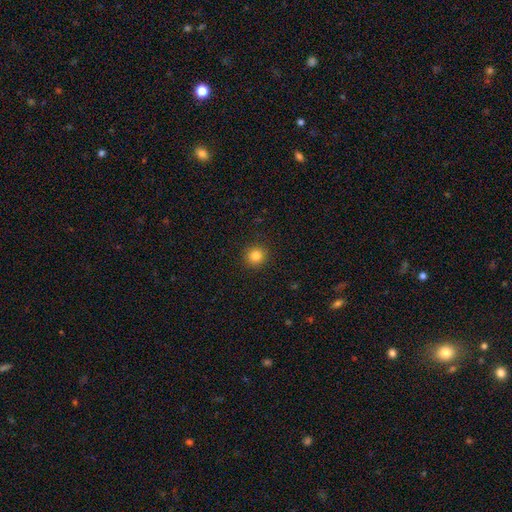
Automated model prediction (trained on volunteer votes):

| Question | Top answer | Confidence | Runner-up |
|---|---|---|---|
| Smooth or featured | smooth | 83% | star or artifact (12%) |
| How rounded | round | 93% | in between (6%) |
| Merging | none | 92% | minor disturbance (5%) |